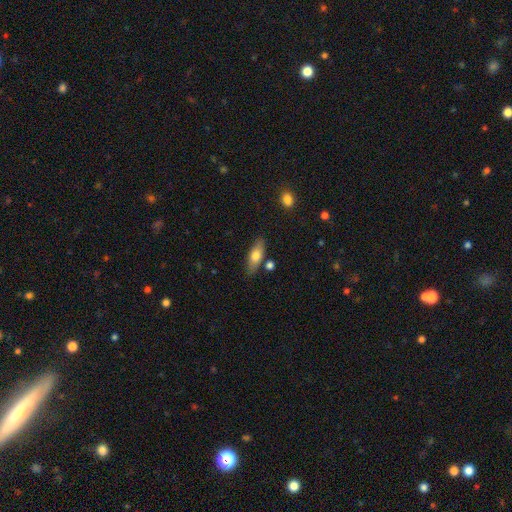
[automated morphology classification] Smooth or featured: smooth — 69% (featured or disk — 25%)
How rounded: in between — 69% (cigar-shaped — 28%)
Merging: none — 79% (minor disturbance — 13%)